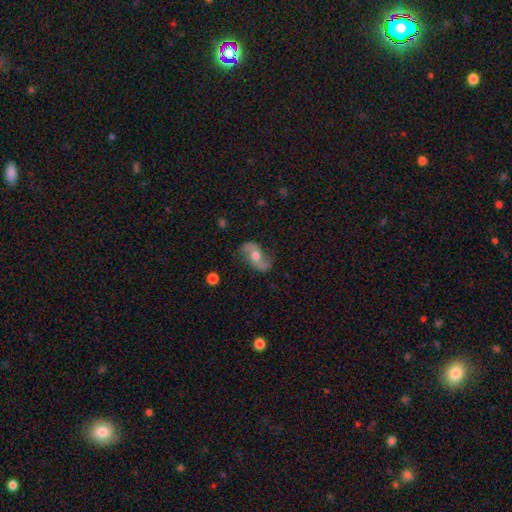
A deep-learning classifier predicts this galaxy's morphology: A featured or disk galaxy (70%) with no bar (55%), 2 (92%) loose (72%) spiral arms (90%) and a moderate central bulge (70%). Merging: none (73%).